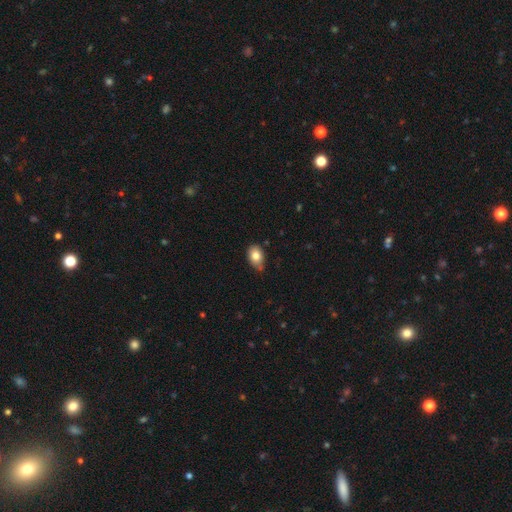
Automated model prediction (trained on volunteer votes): This appears to be a smooth galaxy with no disk features (81%) that is in between round and cigar-shaped (81%). Merging: none (63%).